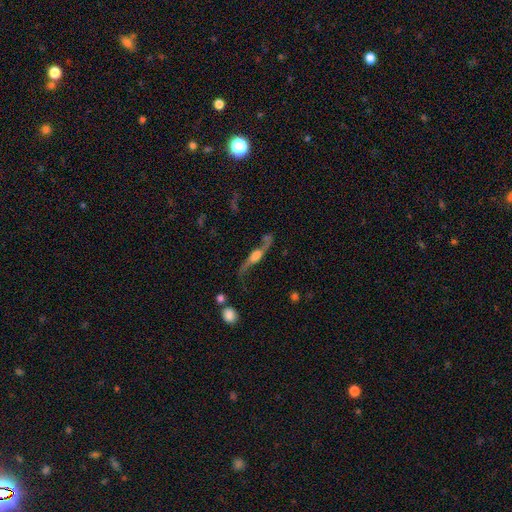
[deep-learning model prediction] Smooth or featured: featured or disk — 83% (smooth — 11%)
Edge-on disk: no — 56% (yes — 44%)
Merging: none — 65% (minor disturbance — 17%)